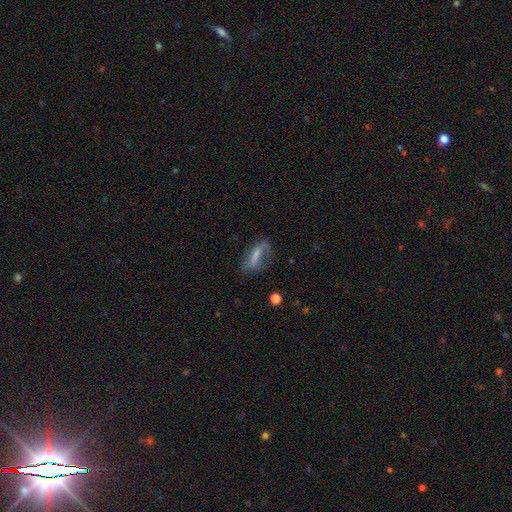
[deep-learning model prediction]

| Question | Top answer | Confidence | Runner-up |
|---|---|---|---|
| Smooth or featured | smooth | 48% | featured or disk (42%) |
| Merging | none | 48% | minor disturbance (26%) |